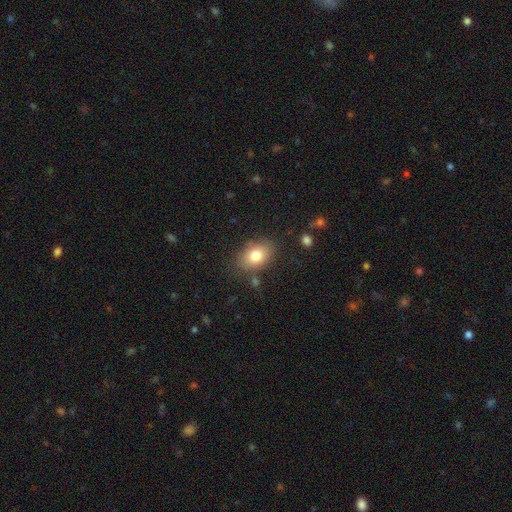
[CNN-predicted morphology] Q: Smooth or featured?
A: smooth (80%); runner-up: featured or disk (12%)
Q: How rounded?
A: in between (80%); runner-up: round (19%)
Q: Merging?
A: none (79%); runner-up: minor disturbance (14%)